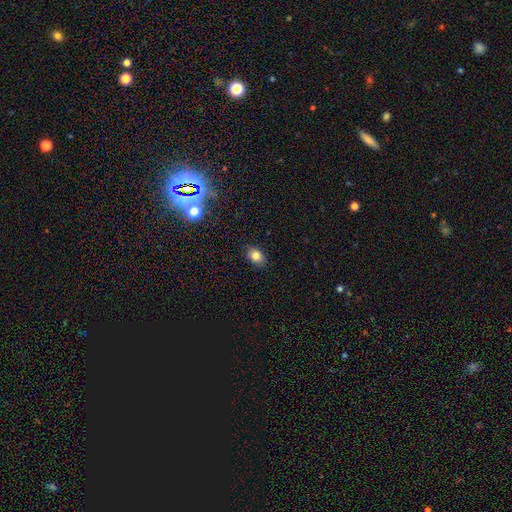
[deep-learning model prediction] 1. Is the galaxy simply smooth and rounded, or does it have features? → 82% smooth, 11% star or artifact, 7% featured or disk.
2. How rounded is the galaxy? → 73% in between, 26% round, 1% cigar-shaped.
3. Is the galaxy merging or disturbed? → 86% none, 10% minor disturbance, 2% major disturbance, 1% merger.